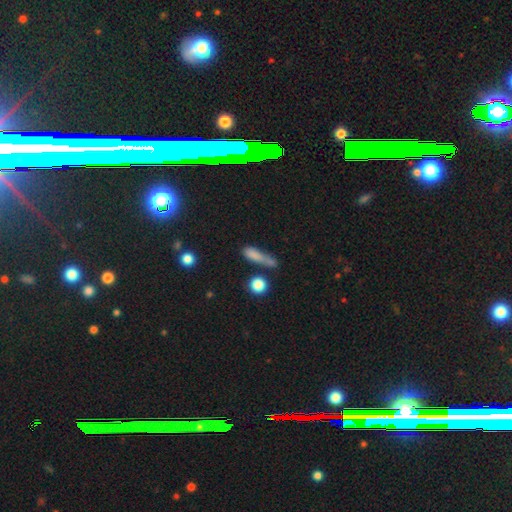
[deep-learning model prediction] Smooth or featured: smooth — 75% (featured or disk — 13%)
How rounded: cigar-shaped — 65% (in between — 27%)
Merging: none — 48% (minor disturbance — 24%)